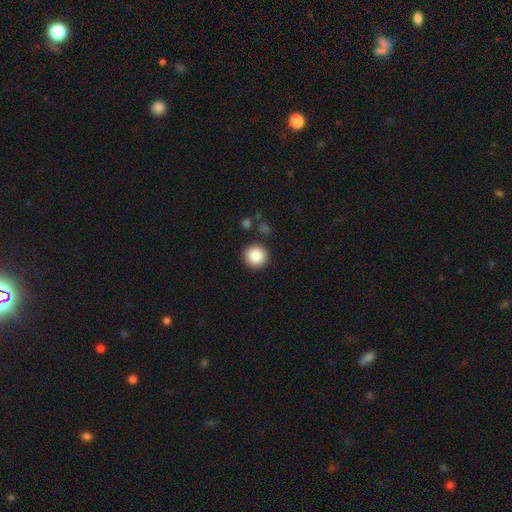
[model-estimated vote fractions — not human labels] Smooth or featured? Predicted: smooth (p=0.87). How rounded? Predicted: round (p=0.95). Merging? Predicted: none (p=0.89).